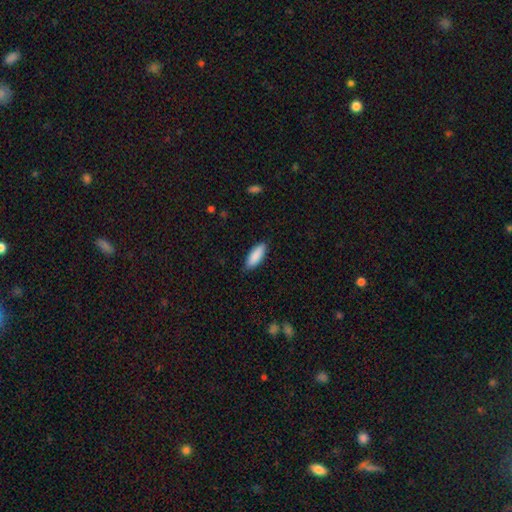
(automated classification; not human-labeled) Morphology: type=smooth (89%); roundness=in between (69%); merging=none (86%).